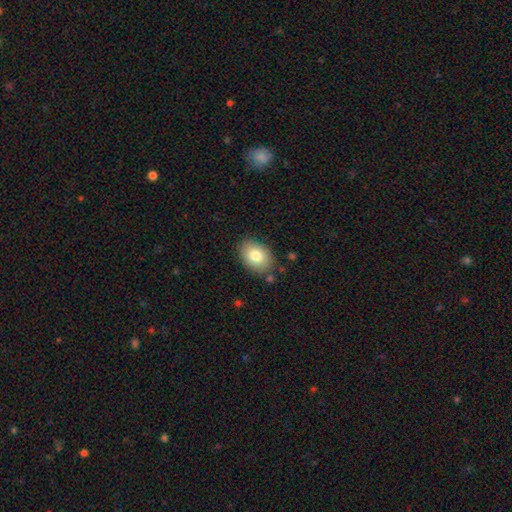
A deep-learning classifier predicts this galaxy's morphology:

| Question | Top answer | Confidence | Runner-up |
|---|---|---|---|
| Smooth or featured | smooth | 81% | featured or disk (11%) |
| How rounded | in between | 77% | round (22%) |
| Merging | none | 83% | minor disturbance (12%) |